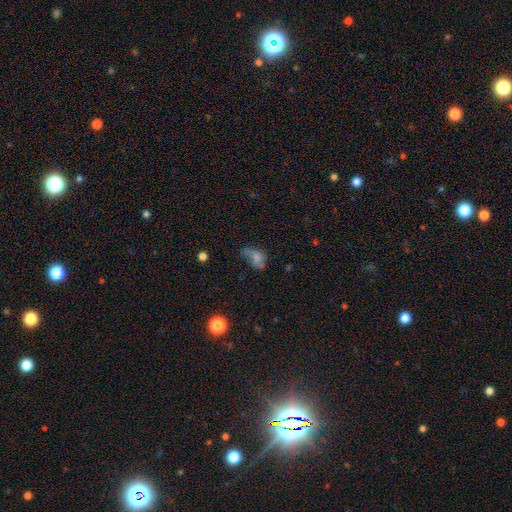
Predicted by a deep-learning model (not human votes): smooth_or_featured: smooth (p=0.46) [alt: featured or disk p=0.35]
merging: major disturbance (p=0.35) [alt: none p=0.31]